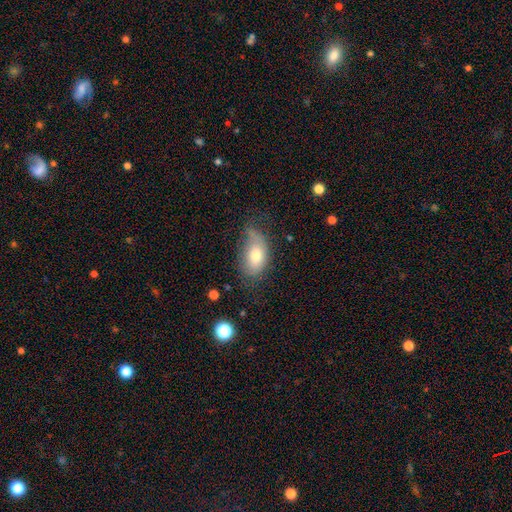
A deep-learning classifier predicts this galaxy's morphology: smooth_or_featured: smooth (p=0.70) [alt: featured or disk p=0.22]
how_rounded: in between (p=0.90) [alt: round p=0.08]
merging: none (p=0.44) [alt: minor disturbance p=0.35]